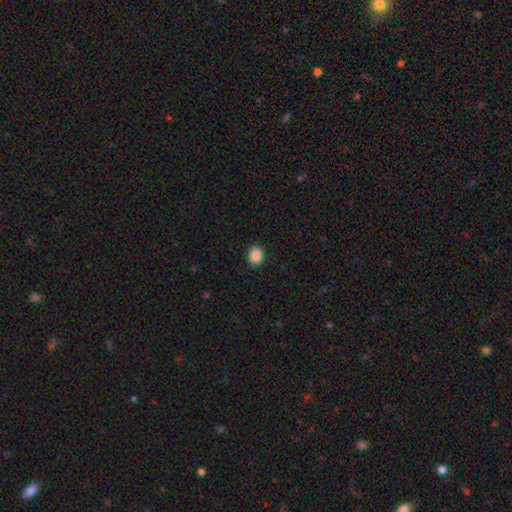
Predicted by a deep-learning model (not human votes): Smooth or featured? smooth (87%)
How rounded? round (51%)
Merging? none (90%)